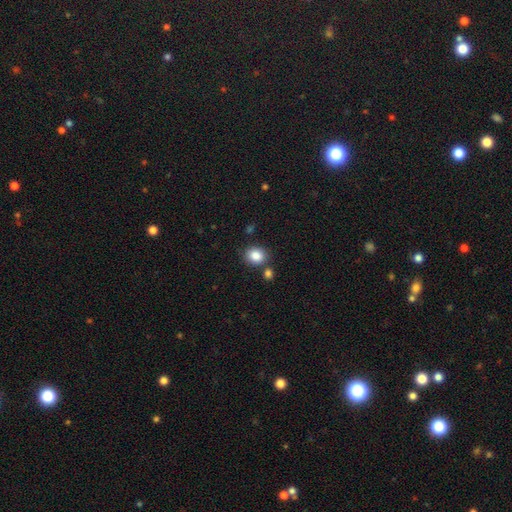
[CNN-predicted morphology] smooth-or-featured: smooth: 86% | star or artifact: 9% | featured or disk: 5%
  how-rounded: round: 66% | in between: 33% | cigar-shaped: 1%
  merging: none: 75% | merger: 12% | minor disturbance: 11% | major disturbance: 3%